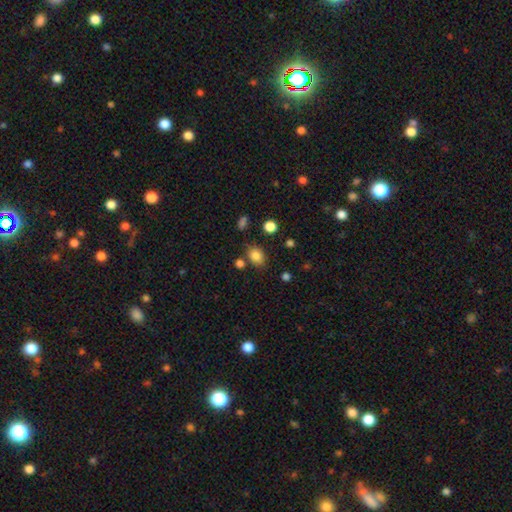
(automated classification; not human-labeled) smooth_or_featured: smooth (p=0.84) [alt: star or artifact p=0.11]
how_rounded: in between (p=0.62) [alt: round p=0.37]
merging: none (p=0.76) [alt: minor disturbance p=0.13]